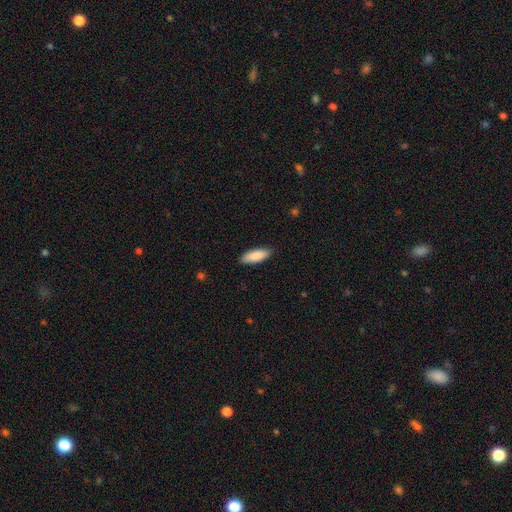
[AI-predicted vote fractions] A smooth galaxy with no disk features (89%) that is in between round and cigar-shaped (67%). Merging: none (87%).